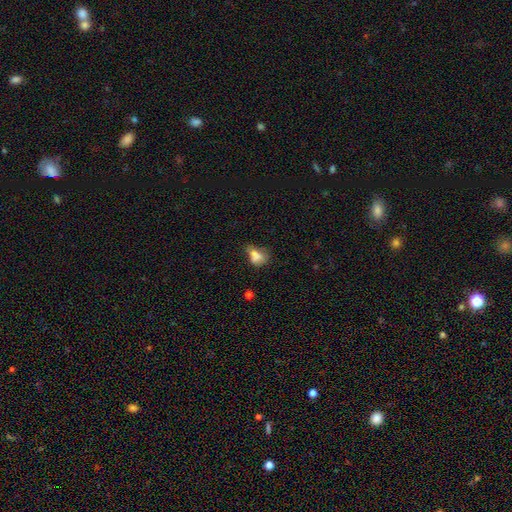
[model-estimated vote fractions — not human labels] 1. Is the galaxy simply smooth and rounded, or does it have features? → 68% smooth, 19% featured or disk, 13% star or artifact.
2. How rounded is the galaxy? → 69% in between, 28% round, 3% cigar-shaped.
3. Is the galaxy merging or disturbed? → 35% merger, 29% none, 20% minor disturbance, 16% major disturbance.